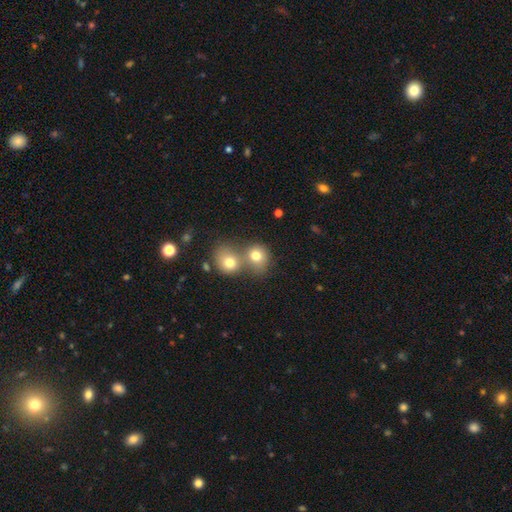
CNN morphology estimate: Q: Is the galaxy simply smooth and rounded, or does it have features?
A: smooth — 76%.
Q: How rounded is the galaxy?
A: round — 72%.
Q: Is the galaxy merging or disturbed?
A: merger — 60%.